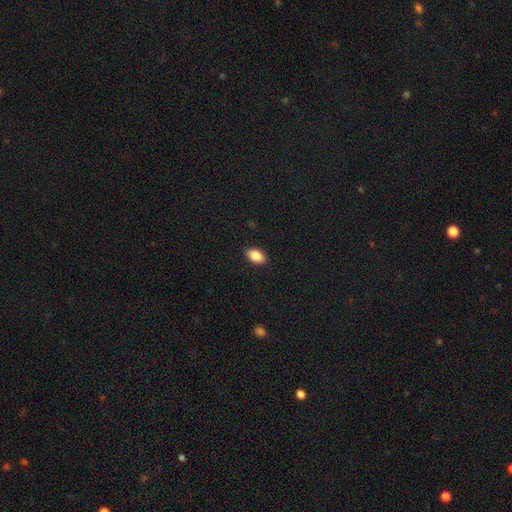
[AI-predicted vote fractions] Smooth or featured: smooth — 87% (star or artifact — 8%)
How rounded: in between — 91% (round — 7%)
Merging: none — 90% (minor disturbance — 7%)